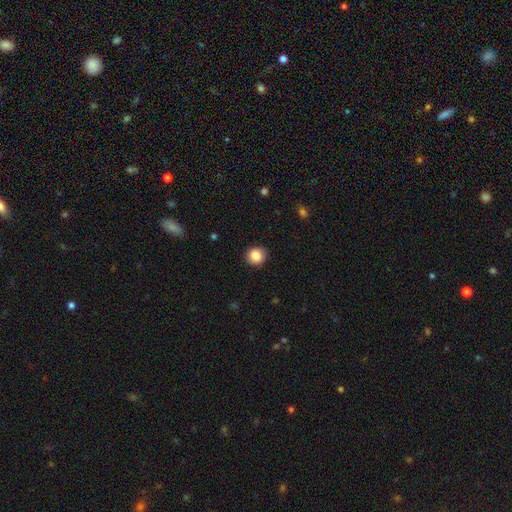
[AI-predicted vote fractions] The model was most divided on "how rounded": round: 87%, in between: 12%, cigar-shaped: 1%. More confident: merging — none (91%); smooth or featured — smooth (86%).